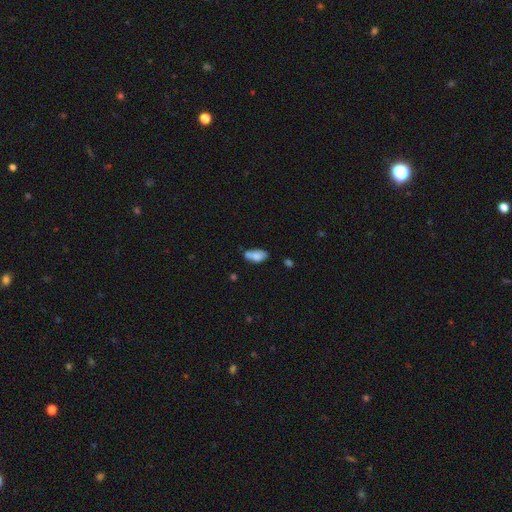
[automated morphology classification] Overall: smooth (79%). How rounded: in between (90%). Merging: none (51%; minor disturbance 28%).